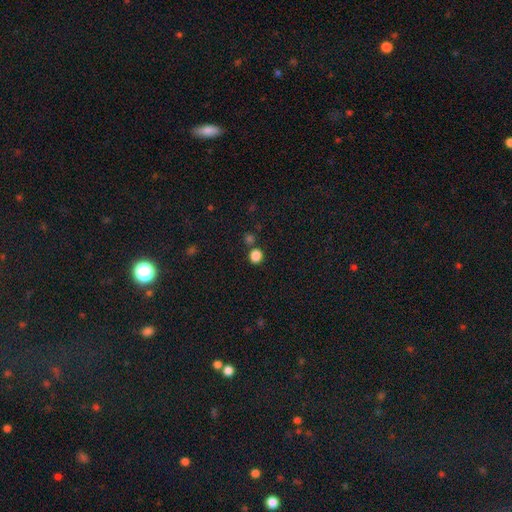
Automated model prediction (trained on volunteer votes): Morphology: type=smooth (84%); roundness=round (80%); merging=none (77%).